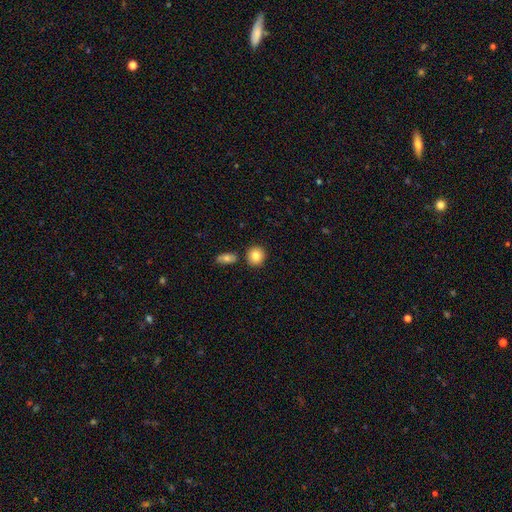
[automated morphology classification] Smooth or featured?
  - smooth: 83% *
  - featured or disk: 9%
  - star or artifact: 9%
How rounded?
  - round: 86% *
  - in between: 13%
  - cigar-shaped: 1%
Merging?
  - none: 83% *
  - merger: 8%
  - minor disturbance: 8%
  - major disturbance: 2%